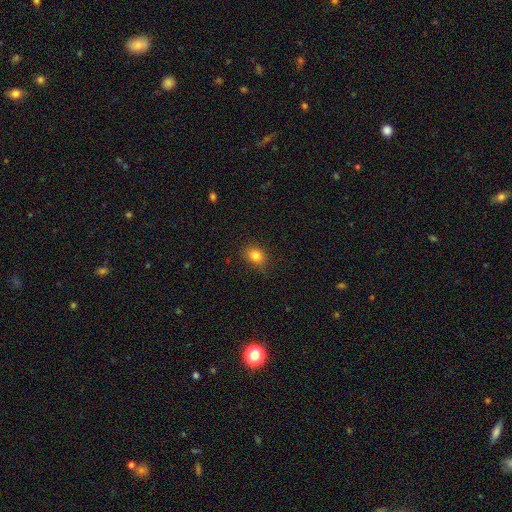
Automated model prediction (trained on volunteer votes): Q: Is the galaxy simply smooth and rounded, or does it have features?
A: smooth — 82%.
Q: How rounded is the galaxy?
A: in between — 52%.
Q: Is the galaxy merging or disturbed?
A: none — 82%.